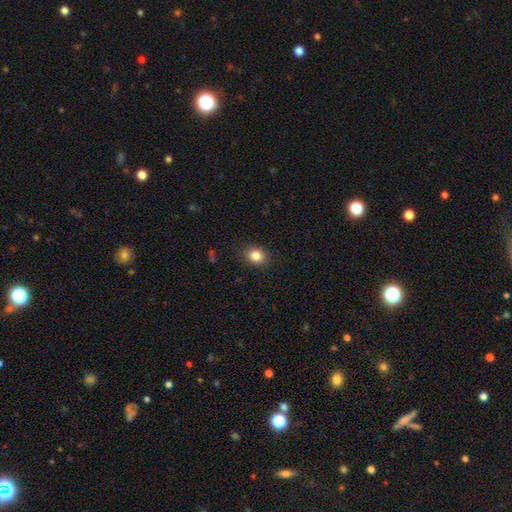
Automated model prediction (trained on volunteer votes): smooth_or_featured: smooth (p=0.85) [alt: star or artifact p=0.10]
how_rounded: round (p=0.54) [alt: in between p=0.45]
merging: none (p=0.87) [alt: minor disturbance p=0.09]